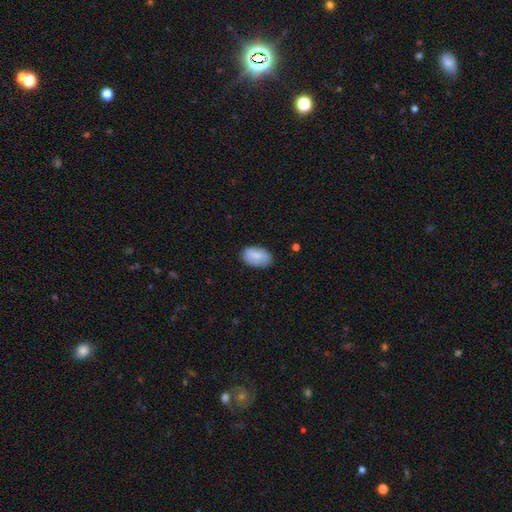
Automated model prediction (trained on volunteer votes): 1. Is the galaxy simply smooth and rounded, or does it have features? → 80% smooth, 14% featured or disk, 6% star or artifact.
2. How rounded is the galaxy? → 92% in between, 7% round, 2% cigar-shaped.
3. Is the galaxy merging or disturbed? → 80% none, 16% minor disturbance, 3% major disturbance, 1% merger.